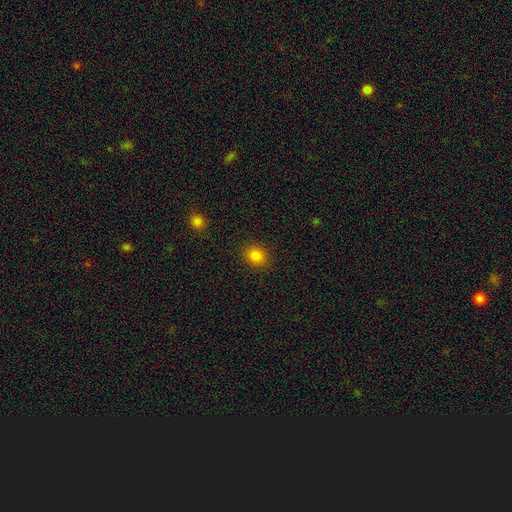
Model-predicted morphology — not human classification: The model was most divided on "how rounded": round: 60%, in between: 39%, cigar-shaped: 1%. More confident: merging — none (89%); smooth or featured — smooth (84%).